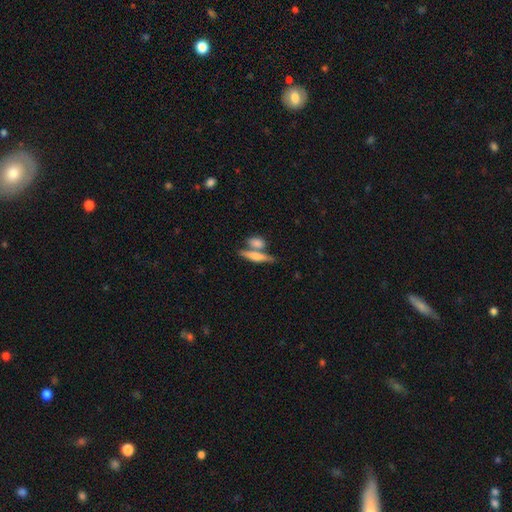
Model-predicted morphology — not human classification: Smooth or featured? Predicted: smooth (p=0.57). How rounded? Predicted: cigar-shaped (p=0.64). Merging? Predicted: none (p=0.52).